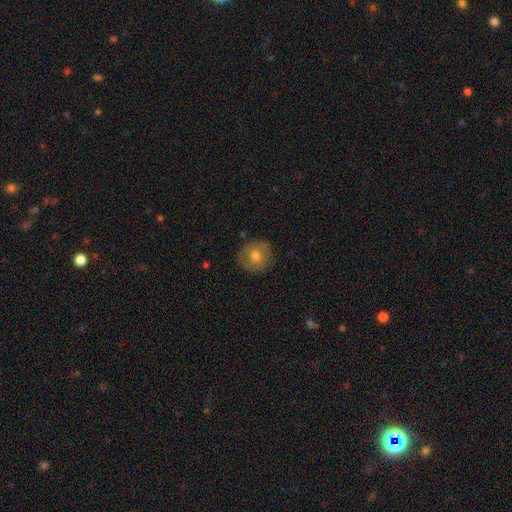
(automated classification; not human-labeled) Overall: smooth (66%). How rounded: round (91%). Merging: none (84%).